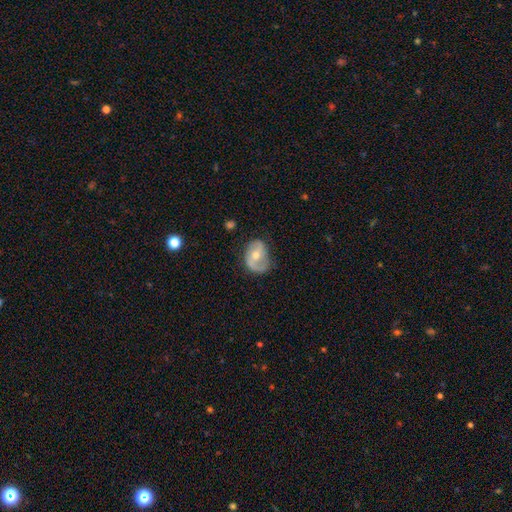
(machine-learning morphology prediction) smooth_or_featured: featured or disk (p=0.64) [alt: smooth p=0.30]
disk_edge_on: no (p=0.96) [alt: yes p=0.04]
bar: no (p=0.49) [alt: weak p=0.37]
has_spiral_arms: yes (p=0.80) [alt: no p=0.20]
bulge_size: moderate (p=0.63) [alt: small p=0.32]
merging: none (p=0.60) [alt: minor disturbance p=0.27]